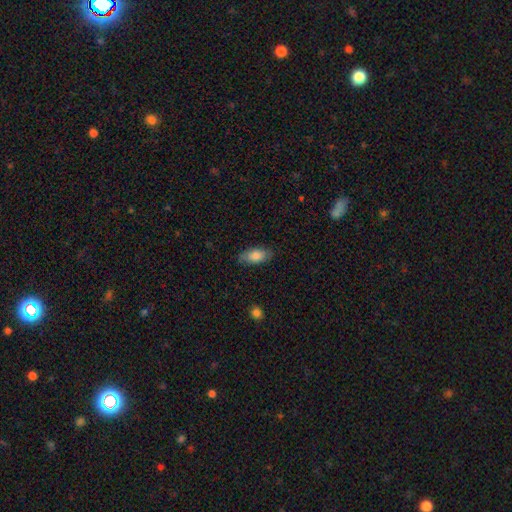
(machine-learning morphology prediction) A smooth galaxy with no disk features (82%) that is in between round and cigar-shaped (86%). Merging: none (84%).